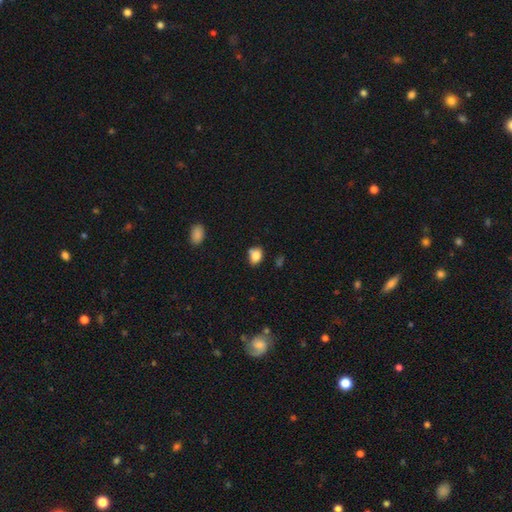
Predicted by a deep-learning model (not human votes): smooth-or-featured: smooth: 80% | star or artifact: 10% | featured or disk: 9%
  how-rounded: in between: 64% | round: 35% | cigar-shaped: 2%
  merging: none: 59% | minor disturbance: 22% | merger: 14% | major disturbance: 5%